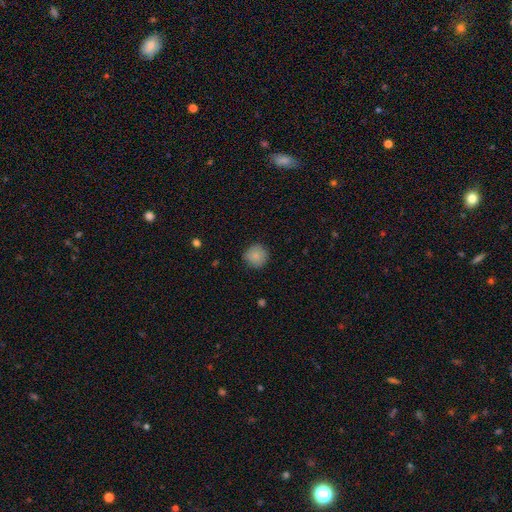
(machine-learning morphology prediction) Smooth or featured? smooth (86%)
How rounded? round (94%)
Merging? none (86%)